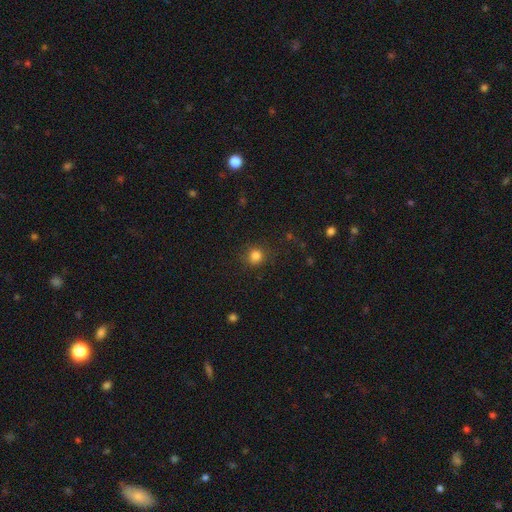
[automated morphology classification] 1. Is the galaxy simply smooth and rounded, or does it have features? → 82% smooth, 13% star or artifact, 5% featured or disk.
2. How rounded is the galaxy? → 86% round, 13% in between, 1% cigar-shaped.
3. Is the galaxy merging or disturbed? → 84% none, 10% minor disturbance, 4% major disturbance, 1% merger.